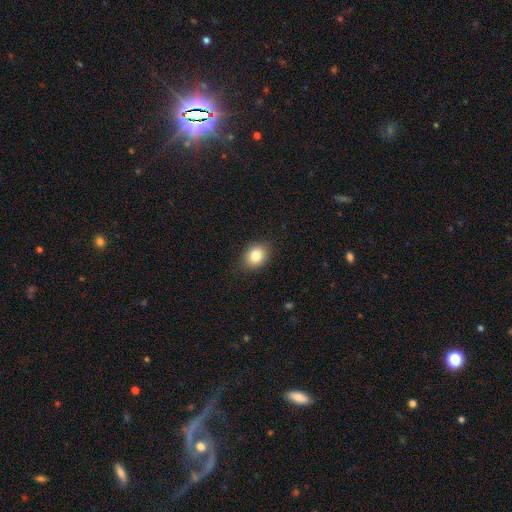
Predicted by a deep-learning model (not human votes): Smooth or featured? Predicted: smooth (p=0.83). How rounded? Predicted: in between (p=0.50). Merging? Predicted: none (p=0.86).